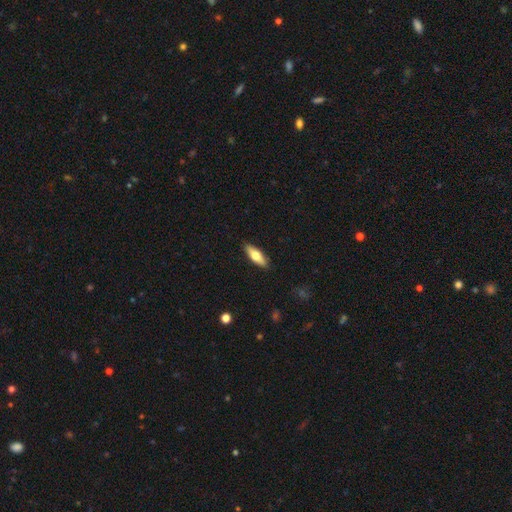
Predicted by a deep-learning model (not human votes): smooth-or-featured: smooth: 64% | featured or disk: 31% | star or artifact: 6%
  how-rounded: in between: 55% | cigar-shaped: 43% | round: 2%
  merging: none: 89% | minor disturbance: 8% | major disturbance: 2% | merger: 1%